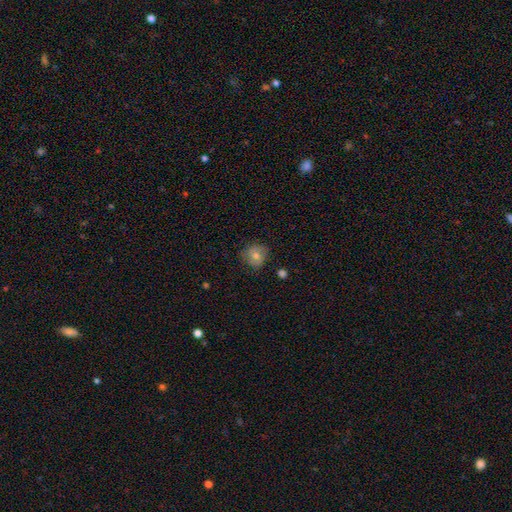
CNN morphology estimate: smooth 72%, featured or disk 19%, star or artifact 9%. Down the decision tree: how rounded — round (83%); merging — none (78%).